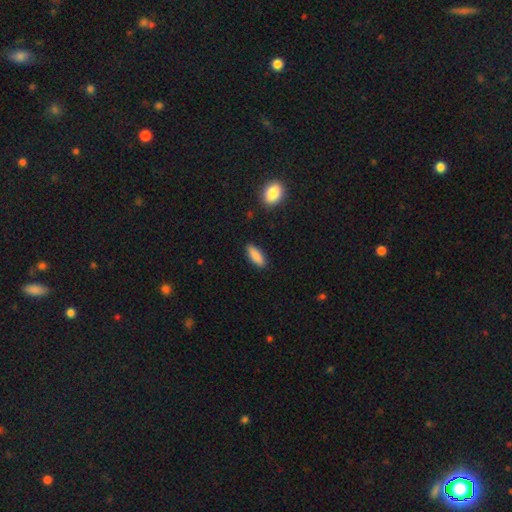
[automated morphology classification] smooth-or-featured: smooth: 88% | star or artifact: 6% | featured or disk: 6%
  how-rounded: in between: 59% | cigar-shaped: 39% | round: 2%
  merging: none: 87% | minor disturbance: 9% | major disturbance: 2% | merger: 2%